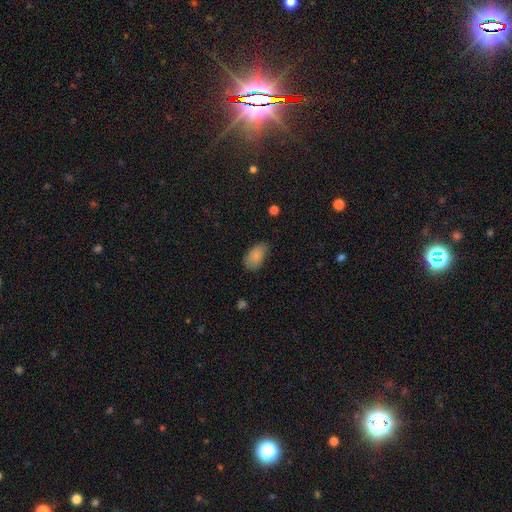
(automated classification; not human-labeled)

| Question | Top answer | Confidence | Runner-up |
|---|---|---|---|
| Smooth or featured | smooth | 85% | star or artifact (8%) |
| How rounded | in between | 93% | round (5%) |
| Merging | none | 67% | minor disturbance (27%) |